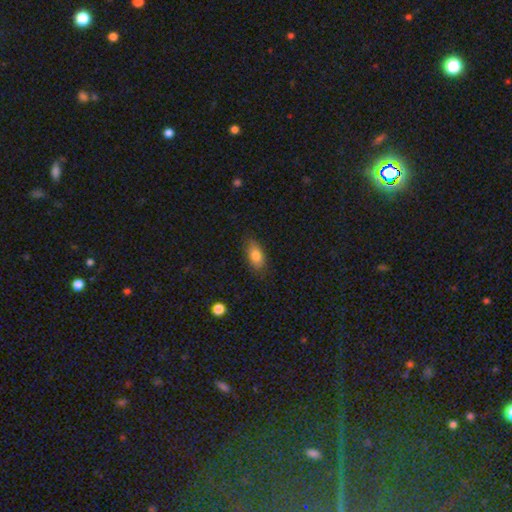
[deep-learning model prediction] smooth-or-featured: smooth: 81% | featured or disk: 11% | star or artifact: 8%
  how-rounded: in between: 88% | round: 7% | cigar-shaped: 5%
  merging: none: 81% | minor disturbance: 15% | major disturbance: 3% | merger: 1%